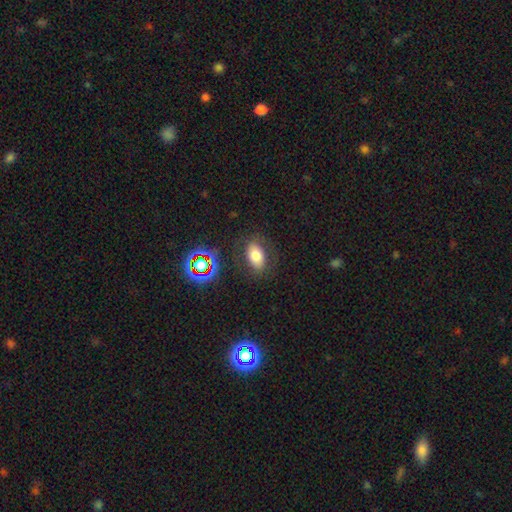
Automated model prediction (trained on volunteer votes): Smooth or featured? smooth (70%)
How rounded? in between (85%)
Merging? none (81%)